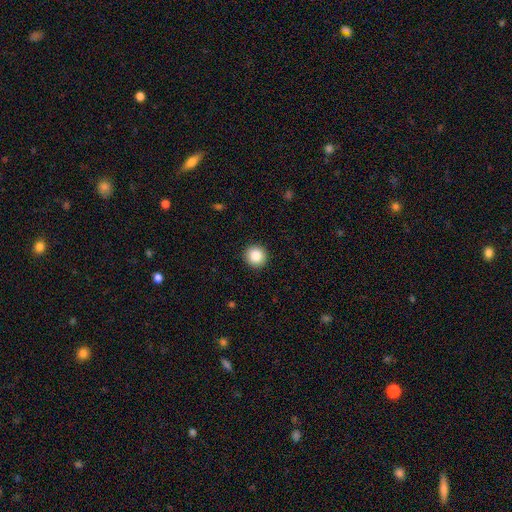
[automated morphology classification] Smooth or featured: smooth — 86% (star or artifact — 9%)
How rounded: round — 94% (in between — 5%)
Merging: none — 92% (minor disturbance — 5%)